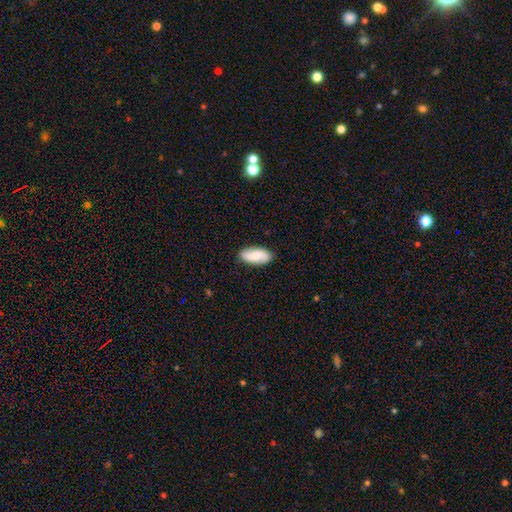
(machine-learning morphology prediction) Smooth or featured: smooth — 58% (featured or disk — 36%)
How rounded: in between — 88% (cigar-shaped — 9%)
Merging: none — 86% (minor disturbance — 10%)